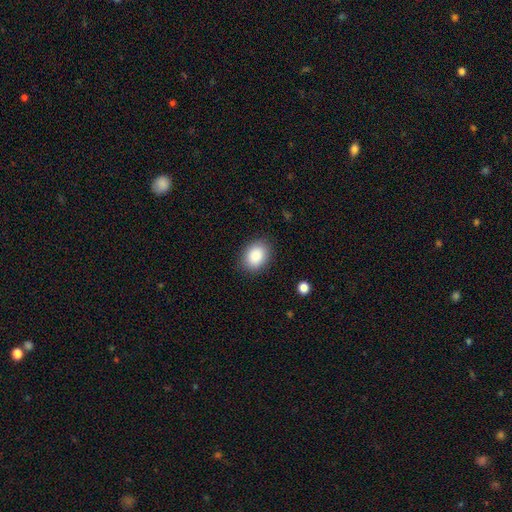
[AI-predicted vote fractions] Smooth or featured: smooth — 88% (star or artifact — 8%)
How rounded: in between — 66% (round — 33%)
Merging: none — 86% (minor disturbance — 10%)